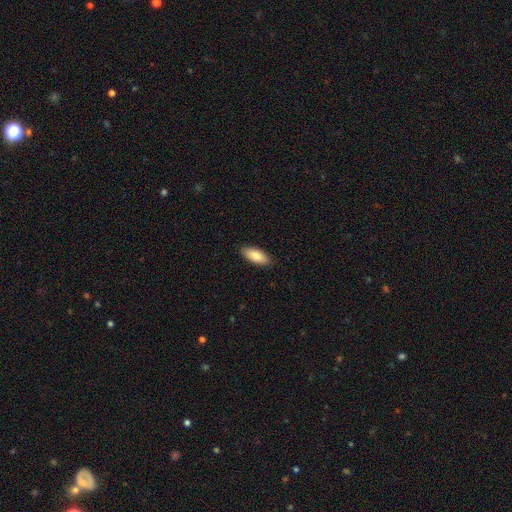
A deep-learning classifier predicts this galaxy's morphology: This appears to be a smooth galaxy with no disk features (82%) that is in between round and cigar-shaped (83%). Merging: none (89%).